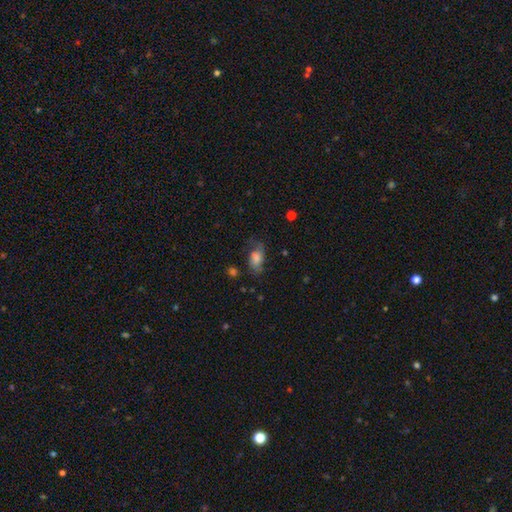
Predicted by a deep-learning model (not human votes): This is possibly a smooth galaxy (51%). How rounded: clearly in between (81%). Merging: likely none (62%).